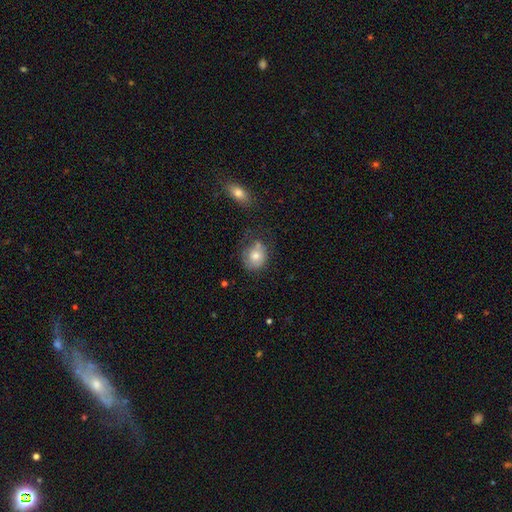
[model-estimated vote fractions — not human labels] Smooth or featured? Predicted: smooth (p=0.69). How rounded? Predicted: round (p=0.62). Merging? Predicted: none (p=0.55).